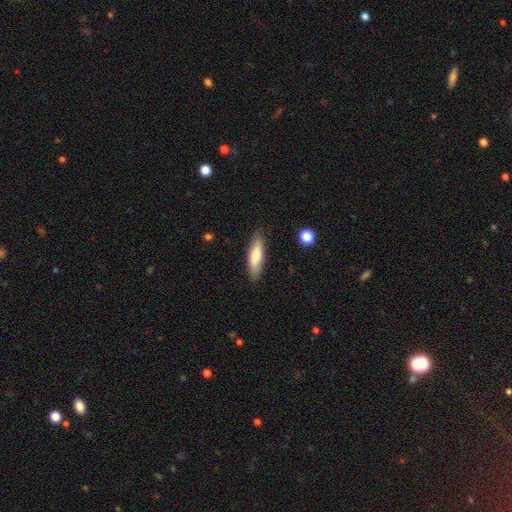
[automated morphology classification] This appears to be a smooth galaxy with no disk features (68%) that is cigar-shaped (63%). Merging: none (86%).